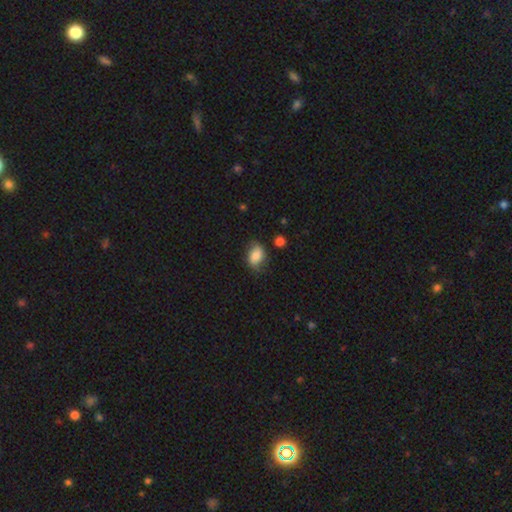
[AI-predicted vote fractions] A smooth galaxy with no disk features (75%) that is in between round and cigar-shaped (80%).

Vote fractions:
- Smooth or featured? smooth: 75% / featured or disk: 17% / star or artifact: 9%
- How rounded? in between: 80% / round: 19% / cigar-shaped: 2%
- Merging? none: 59% / minor disturbance: 29% / major disturbance: 10% / merger: 3%